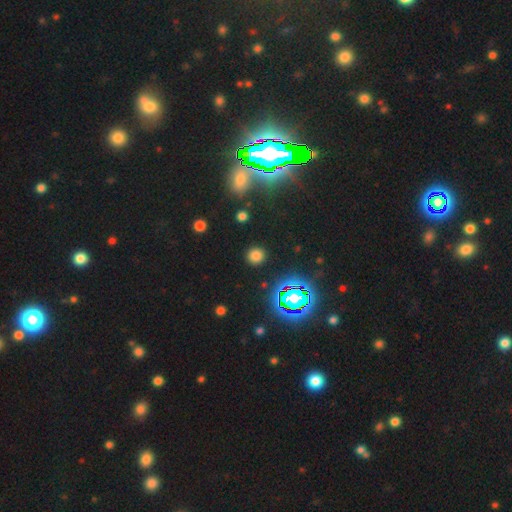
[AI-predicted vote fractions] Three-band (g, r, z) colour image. It shows a smooth galaxy with no disk features (72%) that is round (91%). Merging: none (90%).